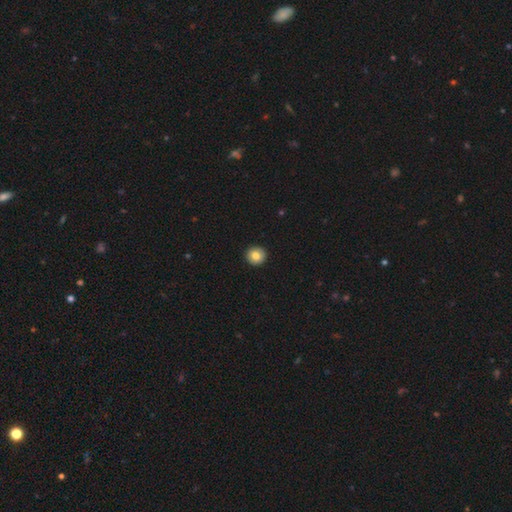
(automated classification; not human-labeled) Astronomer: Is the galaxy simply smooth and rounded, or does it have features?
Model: smooth — 79%.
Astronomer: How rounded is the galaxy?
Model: round — 93%.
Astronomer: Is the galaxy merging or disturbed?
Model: none — 93%.